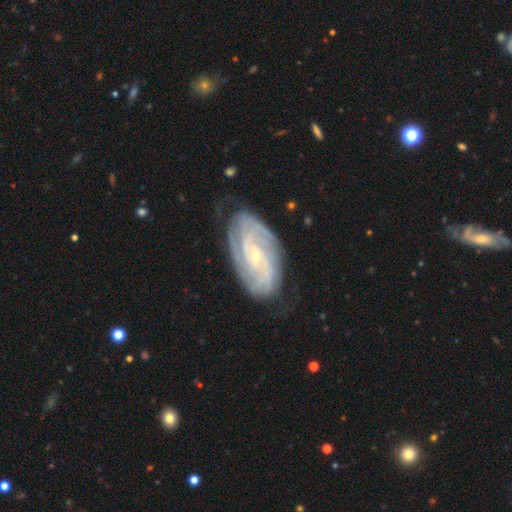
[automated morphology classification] smooth-or-featured: featured or disk: 86% | smooth: 8% | star or artifact: 6%
  disk-edge-on: no: 96% | yes: 4%
    bar: no: 51% | weak: 36% | strong: 13%
    has-spiral-arms: yes: 96% | no: 4%
      spiral-winding: tight: 67% | medium: 27% | loose: 6%
      spiral-arm-count: 2: 29% (tied) | can't tell: 29% (tied) | 3: 17% | 4: 13% | more than 4: 6% | 1: 5%
    bulge-size: small: 78% | moderate: 18% | none: 2% | large: 1% | dominant: 1%
  merging: none: 75% | minor disturbance: 19% | major disturbance: 5% | merger: 1%